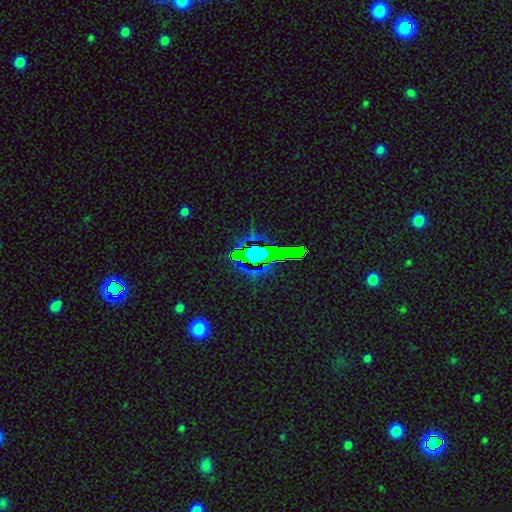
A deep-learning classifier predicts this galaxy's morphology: smooth-or-featured: star or artifact: 76% | smooth: 14% | featured or disk: 11%